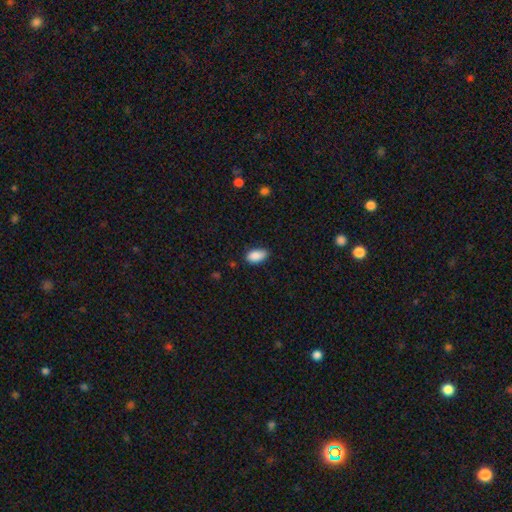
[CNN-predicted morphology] smooth_or_featured: smooth (p=0.88) [alt: star or artifact p=0.08]
how_rounded: in between (p=0.92) [alt: round p=0.05]
merging: none (p=0.73) [alt: minor disturbance p=0.22]